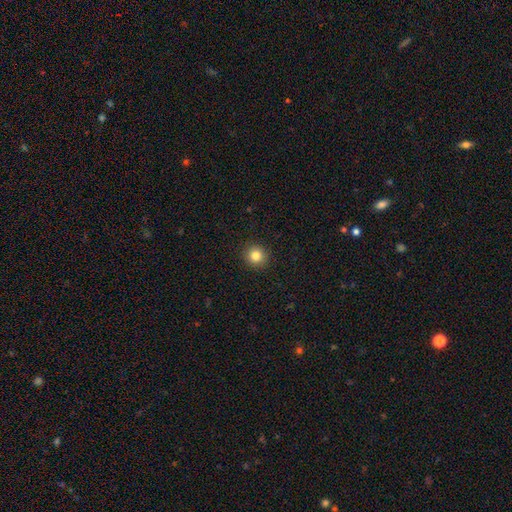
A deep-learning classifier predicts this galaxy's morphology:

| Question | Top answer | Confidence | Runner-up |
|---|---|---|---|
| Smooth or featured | smooth | 83% | star or artifact (11%) |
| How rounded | round | 92% | in between (7%) |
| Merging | none | 92% | minor disturbance (5%) |